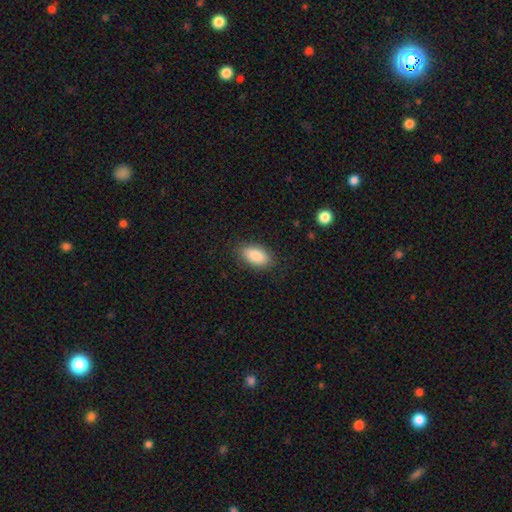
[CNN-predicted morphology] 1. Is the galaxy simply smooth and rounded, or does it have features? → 87% smooth, 7% star or artifact, 6% featured or disk.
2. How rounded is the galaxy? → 92% in between, 4% round, 3% cigar-shaped.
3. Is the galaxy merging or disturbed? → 86% none, 10% minor disturbance, 3% major disturbance, 1% merger.